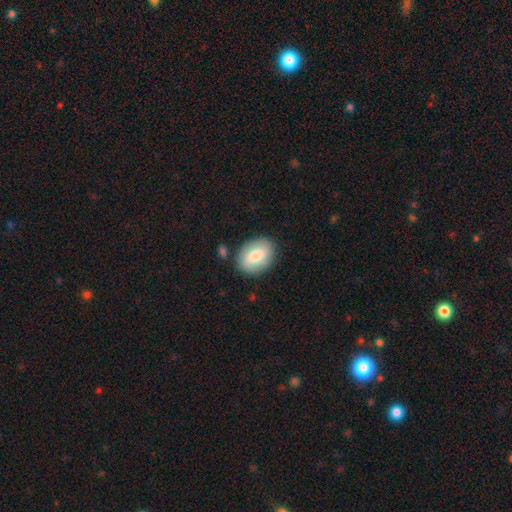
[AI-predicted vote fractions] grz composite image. It shows a smooth galaxy with no disk features (70%) that is in between round and cigar-shaped (79%). Merging: none (82%).